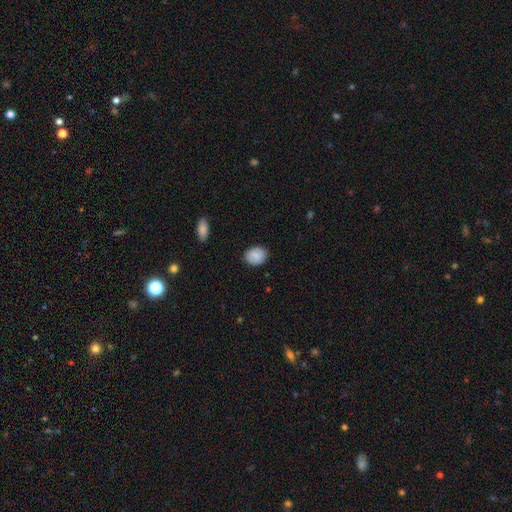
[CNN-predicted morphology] Q: Smooth or featured?
A: smooth (78%); runner-up: featured or disk (15%)
Q: How rounded?
A: in between (52%); runner-up: round (46%)
Q: Merging?
A: none (84%); runner-up: minor disturbance (12%)